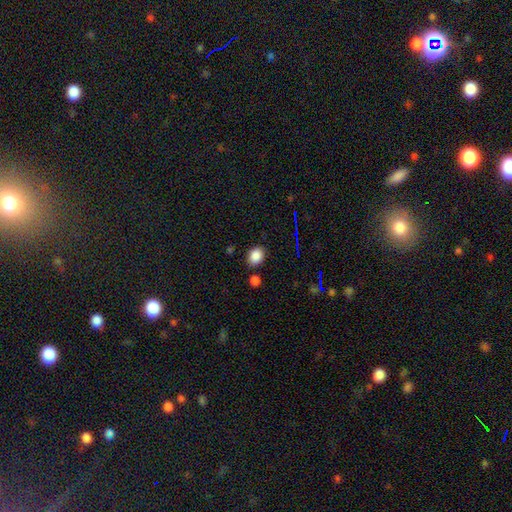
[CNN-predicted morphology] smooth-or-featured: smooth: 85% | star or artifact: 10% | featured or disk: 4%
  how-rounded: in between: 55% | round: 44% | cigar-shaped: 1%
  merging: none: 81% | minor disturbance: 11% | merger: 6% | major disturbance: 3%